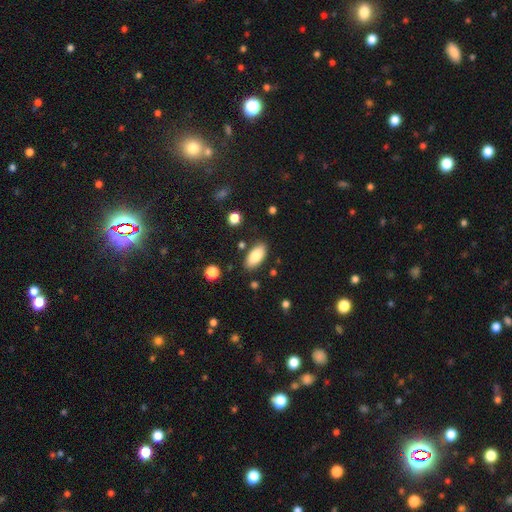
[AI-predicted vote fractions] A smooth galaxy with no disk features (84%) that is in between round and cigar-shaped (91%). Merging: none (84%).